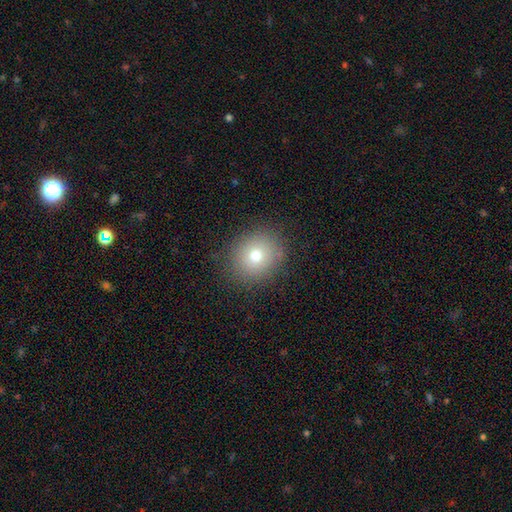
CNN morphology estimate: smooth 71%, star or artifact 16%, featured or disk 13%. Down the decision tree: how rounded — round (78%); merging — none (86%).